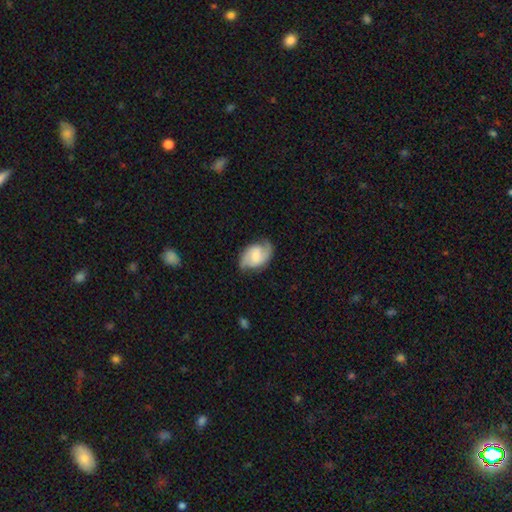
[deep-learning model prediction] Smooth or featured? Predicted: featured or disk (p=0.65). Edge-on disk? Predicted: no (p=0.97). Bar? Predicted: weak (p=0.51). Spiral arms? Predicted: yes (p=0.92). Spiral winding? Predicted: medium (p=0.47). Spiral arm count? Predicted: 2 (p=0.87). Bulge size? Predicted: moderate (p=0.29). Merging? Predicted: none (p=0.72).